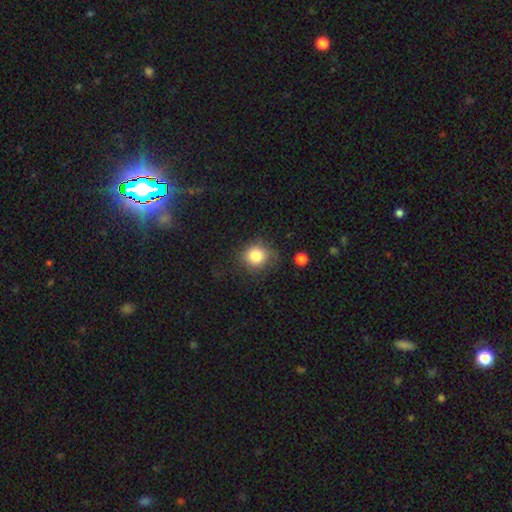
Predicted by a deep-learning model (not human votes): Smooth or featured? Predicted: smooth (p=0.83). How rounded? Predicted: round (p=0.88). Merging? Predicted: none (p=0.72).